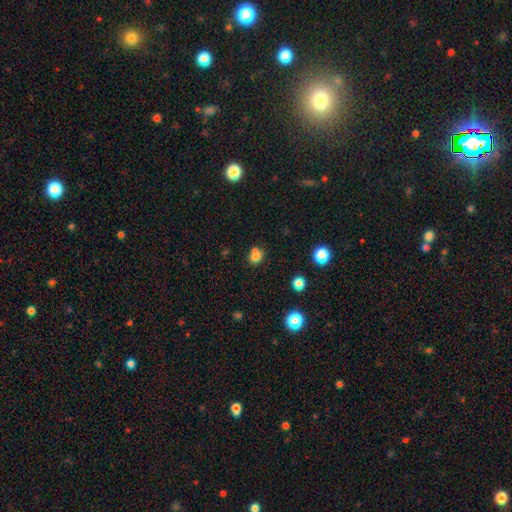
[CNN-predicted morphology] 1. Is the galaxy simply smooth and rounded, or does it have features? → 76% smooth, 15% star or artifact, 9% featured or disk.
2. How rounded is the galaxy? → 67% round, 32% in between, 1% cigar-shaped.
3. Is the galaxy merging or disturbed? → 49% none, 34% merger, 13% minor disturbance, 4% major disturbance.